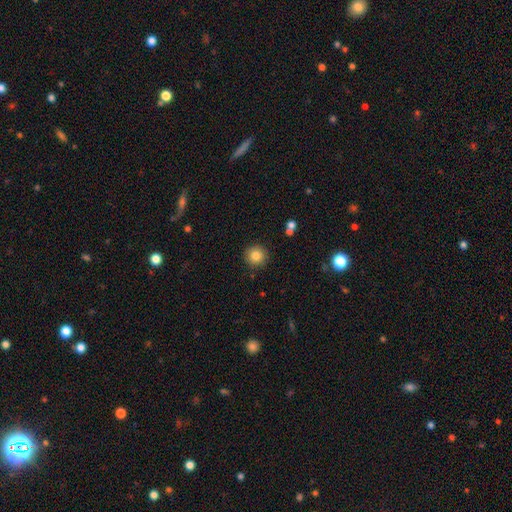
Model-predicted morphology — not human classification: The model was most divided on "smooth or featured": smooth: 84%, star or artifact: 10%, featured or disk: 7%. More confident: how rounded — round (94%); merging — none (90%).